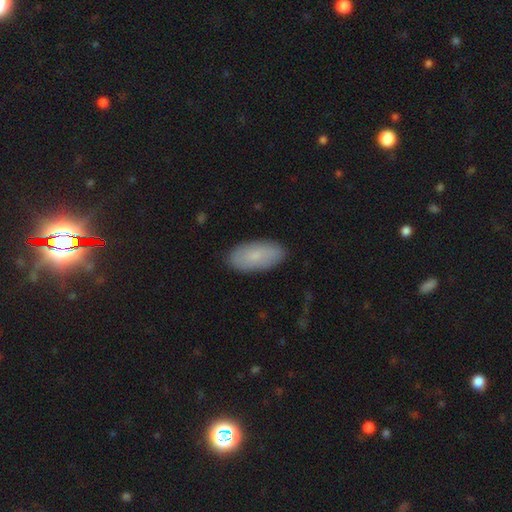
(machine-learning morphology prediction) Smooth or featured? smooth (74%)
How rounded? in between (92%)
Merging? none (87%)